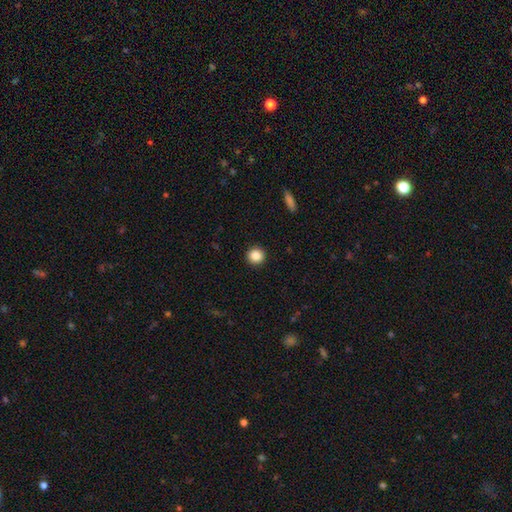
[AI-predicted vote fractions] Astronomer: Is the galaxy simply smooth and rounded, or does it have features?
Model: smooth — 87%.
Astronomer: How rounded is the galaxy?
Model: round — 95%.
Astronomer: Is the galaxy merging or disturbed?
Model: none — 93%.